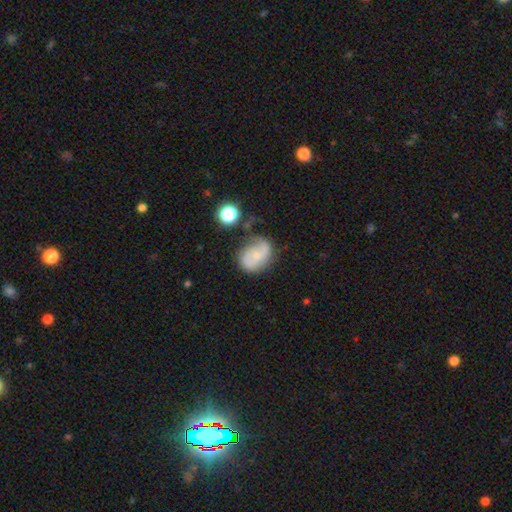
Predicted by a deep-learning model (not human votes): smooth_or_featured: featured or disk (p=0.54) [alt: smooth p=0.37]
disk_edge_on: no (p=0.97) [alt: yes p=0.03]
bar: no (p=0.64) [alt: weak p=0.30]
has_spiral_arms: yes (p=0.80) [alt: no p=0.20]
bulge_size: small (p=0.59) [alt: moderate p=0.23]
merging: none (p=0.50) [alt: minor disturbance p=0.29]